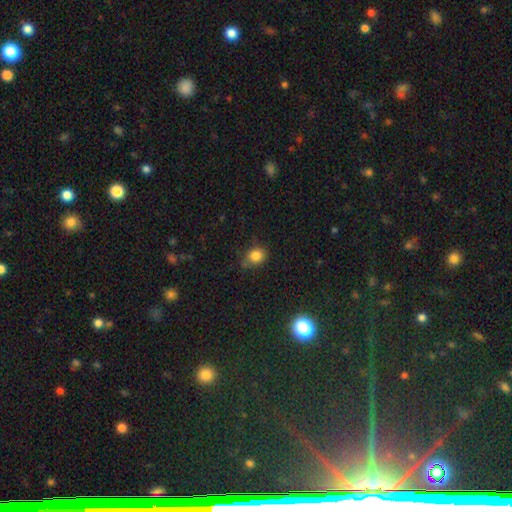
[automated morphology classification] Smooth or featured? Predicted: smooth (p=0.82). How rounded? Predicted: round (p=0.63). Merging? Predicted: none (p=0.67).